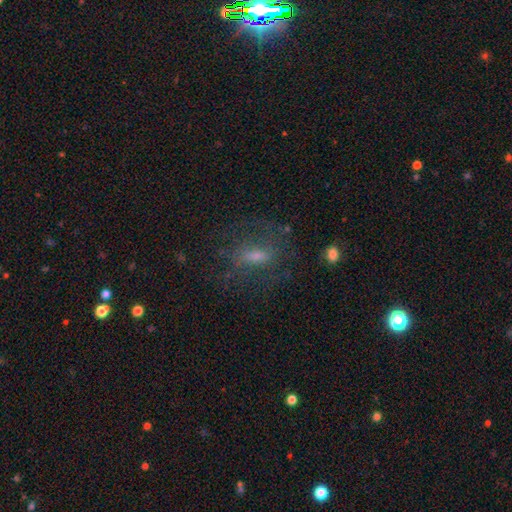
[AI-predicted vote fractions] smooth-or-featured: featured or disk: 46% | smooth: 40% | star or artifact: 14%
  merging: none: 62% | major disturbance: 19% | minor disturbance: 17% | merger: 2%